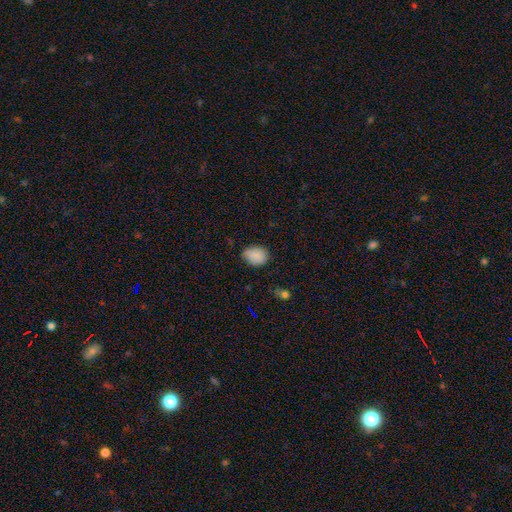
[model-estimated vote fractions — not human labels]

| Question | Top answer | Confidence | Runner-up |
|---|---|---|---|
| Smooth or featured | smooth | 86% | star or artifact (9%) |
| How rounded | in between | 56% | round (43%) |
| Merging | none | 67% | minor disturbance (27%) |